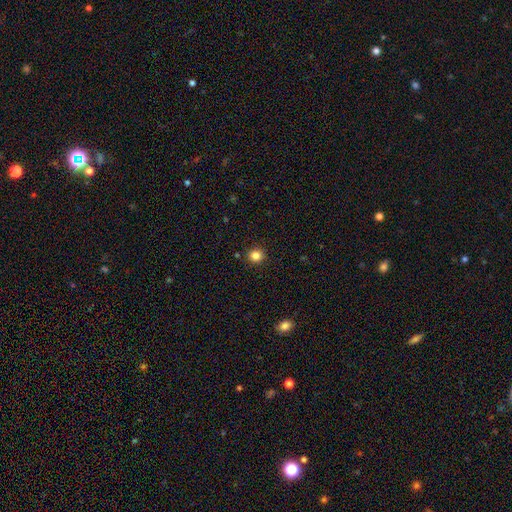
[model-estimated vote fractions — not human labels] smooth-or-featured: smooth: 83% | star or artifact: 12% | featured or disk: 5%
  how-rounded: round: 90% | in between: 9% | cigar-shaped: 1%
  merging: none: 91% | minor disturbance: 6% | major disturbance: 2% | merger: 1%